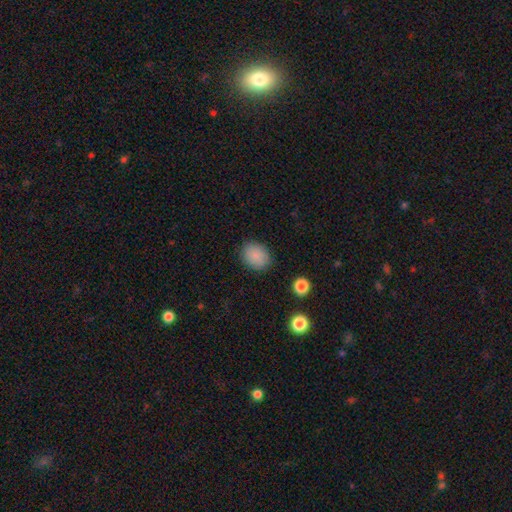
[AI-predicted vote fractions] Overall: smooth (87%). How rounded: in between (56%; round 43%). Merging: none (86%).